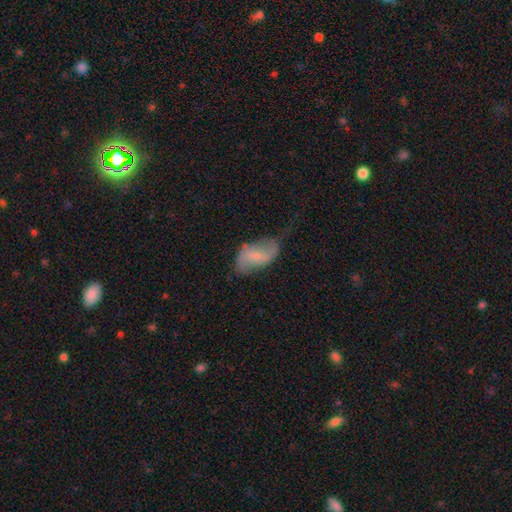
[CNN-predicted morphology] Q: Smooth or featured?
A: featured or disk (51%); runner-up: smooth (41%)
Q: Edge-on disk?
A: no (95%); runner-up: yes (5%)
Q: Merging?
A: none (42%); runner-up: minor disturbance (34%)